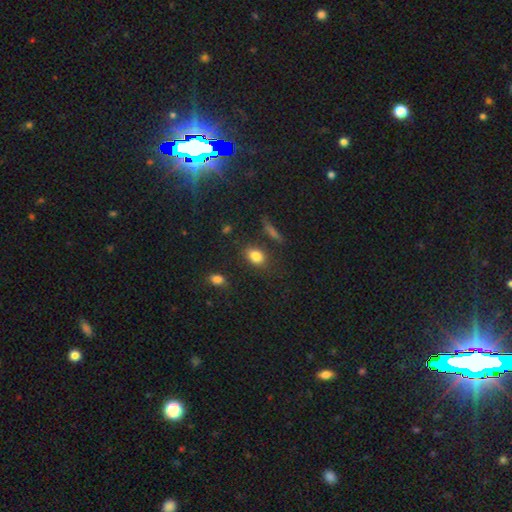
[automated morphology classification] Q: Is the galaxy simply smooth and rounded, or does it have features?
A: smooth — 83%.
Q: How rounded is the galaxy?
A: in between — 70%.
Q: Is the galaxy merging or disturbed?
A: none — 79%.